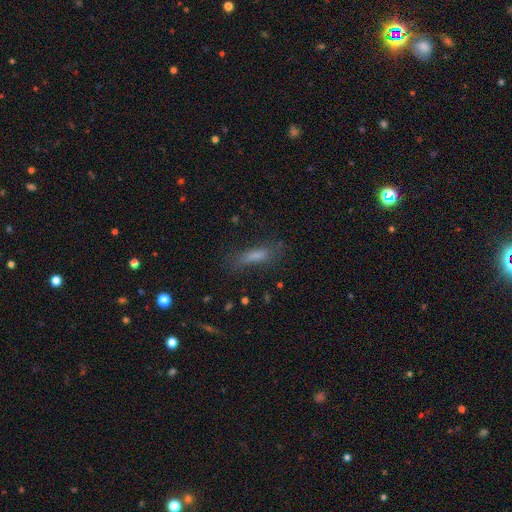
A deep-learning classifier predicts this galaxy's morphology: A smooth galaxy with no disk features (69%) that is cigar-shaped (68%). Merging: none (65%).